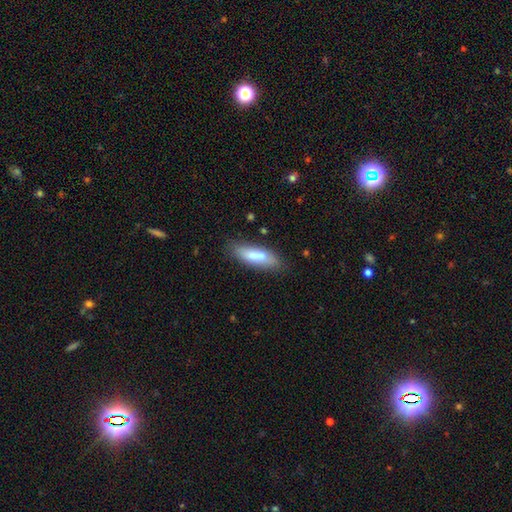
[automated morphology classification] This appears to be a smooth galaxy with no disk features (76%) that is in between round and cigar-shaped (54%). Merging: none (73%).